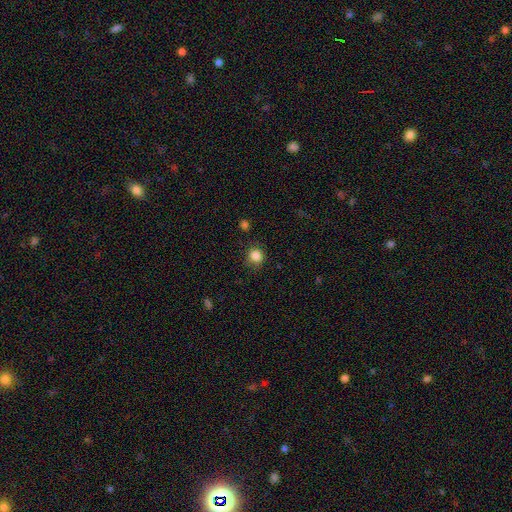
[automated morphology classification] Smooth or featured? smooth (84%)
How rounded? round (86%)
Merging? none (78%)